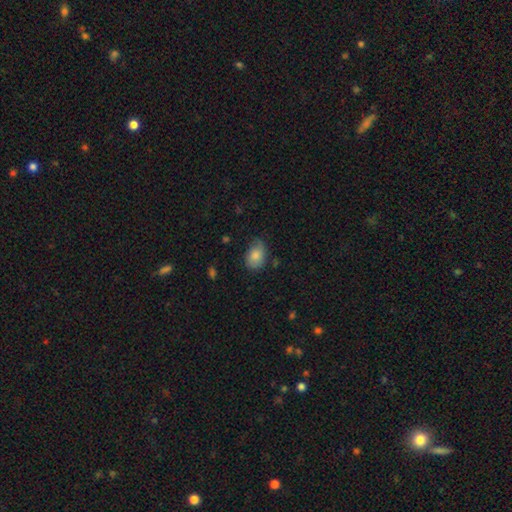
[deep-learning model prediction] Q: Smooth or featured?
A: smooth (81%); runner-up: featured or disk (11%)
Q: How rounded?
A: in between (79%); runner-up: round (20%)
Q: Merging?
A: none (60%); runner-up: minor disturbance (32%)